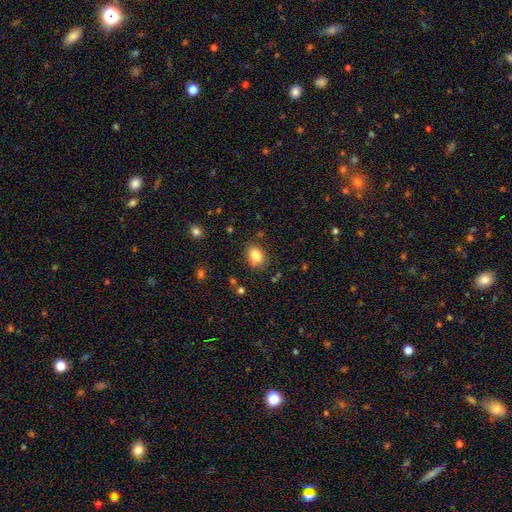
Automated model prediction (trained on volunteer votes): This appears to be a smooth galaxy with no disk features (83%) that is in between round and cigar-shaped (64%). Merging: none (80%).